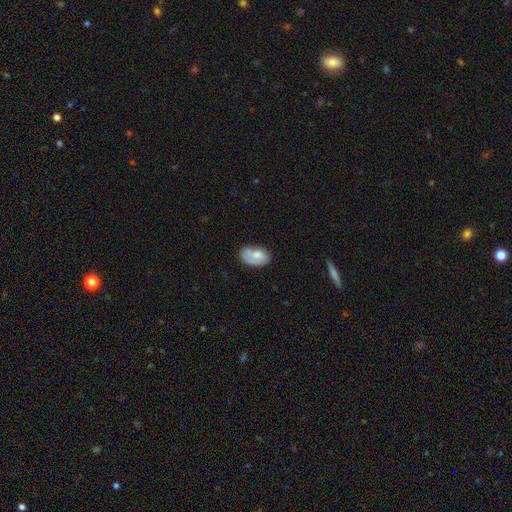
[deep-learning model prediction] A smooth galaxy with no disk features (65%) that is in between round and cigar-shaped (90%). Merging: none (45%).